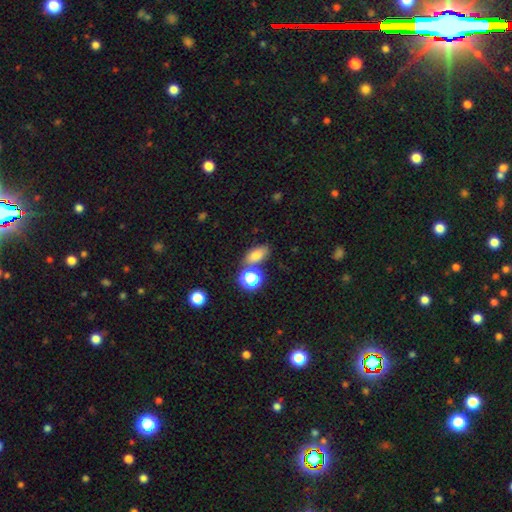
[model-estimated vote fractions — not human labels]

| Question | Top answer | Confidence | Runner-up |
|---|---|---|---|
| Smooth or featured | smooth | 73% | star or artifact (16%) |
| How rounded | in between | 75% | round (17%) |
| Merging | none | 70% | merger (15%) |